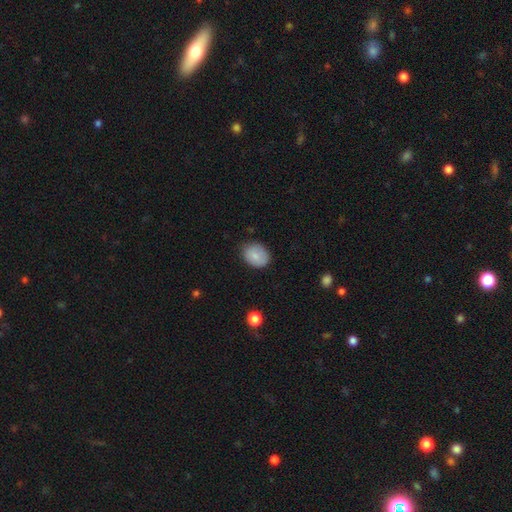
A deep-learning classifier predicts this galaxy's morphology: Q: Smooth or featured?
A: smooth (82%); runner-up: featured or disk (10%)
Q: How rounded?
A: in between (58%); runner-up: round (41%)
Q: Merging?
A: none (79%); runner-up: minor disturbance (17%)